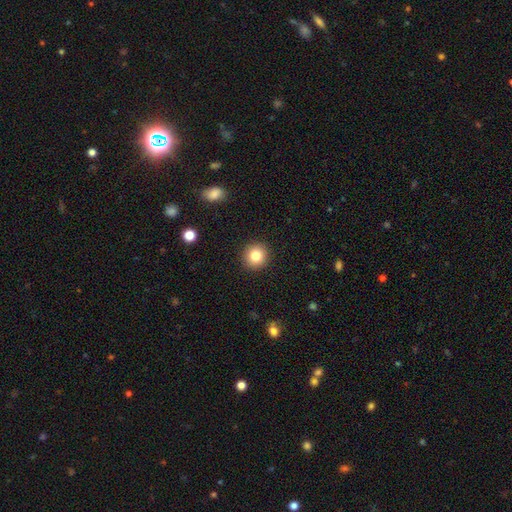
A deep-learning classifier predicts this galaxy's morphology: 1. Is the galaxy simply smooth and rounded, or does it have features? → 83% smooth, 10% star or artifact, 7% featured or disk.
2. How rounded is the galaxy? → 92% round, 7% in between, 1% cigar-shaped.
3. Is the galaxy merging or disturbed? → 92% none, 6% minor disturbance, 2% major disturbance, 1% merger.